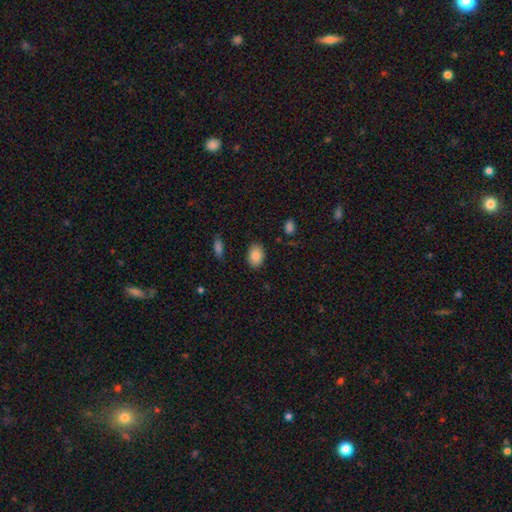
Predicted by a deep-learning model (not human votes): smooth-or-featured: smooth: 86% | star or artifact: 8% | featured or disk: 6%
  how-rounded: in between: 81% | round: 18% | cigar-shaped: 1%
  merging: none: 86% | minor disturbance: 10% | major disturbance: 3% | merger: 2%